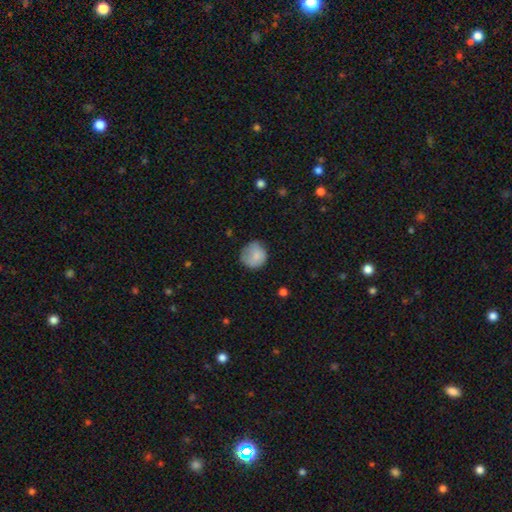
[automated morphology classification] Smooth or featured: smooth — 81% (featured or disk — 12%)
How rounded: round — 88% (in between — 11%)
Merging: none — 64% (minor disturbance — 27%)